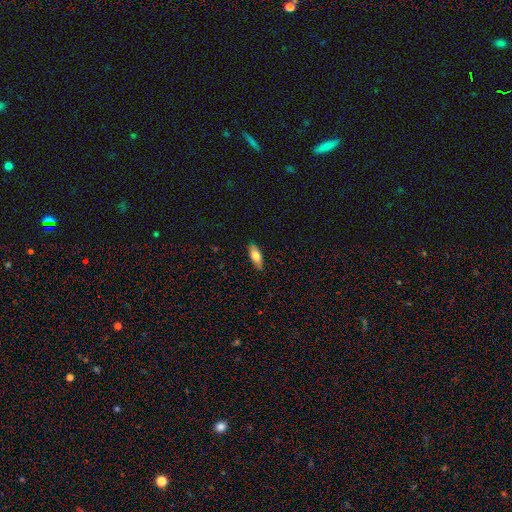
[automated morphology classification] Smooth or featured: smooth — 73% (featured or disk — 20%)
How rounded: in between — 74% (cigar-shaped — 23%)
Merging: none — 84% (minor disturbance — 12%)